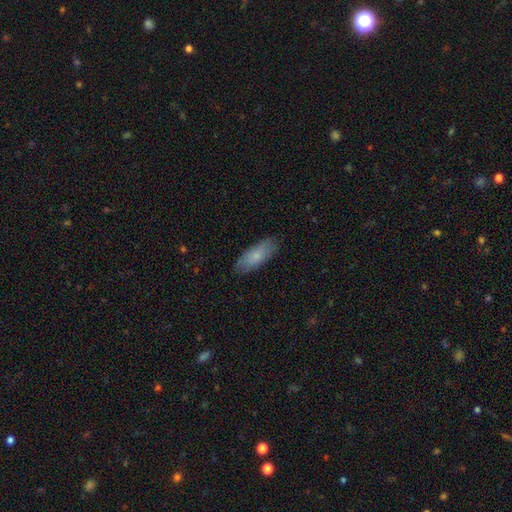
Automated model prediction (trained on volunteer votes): smooth_or_featured: smooth (p=0.79) [alt: featured or disk p=0.15]
how_rounded: in between (p=0.72) [alt: cigar-shaped p=0.26]
merging: none (p=0.84) [alt: minor disturbance p=0.13]